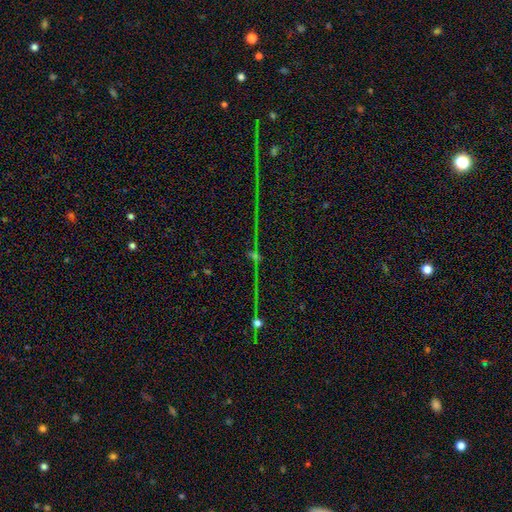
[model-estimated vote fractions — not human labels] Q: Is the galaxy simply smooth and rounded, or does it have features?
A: star or artifact — 78%.